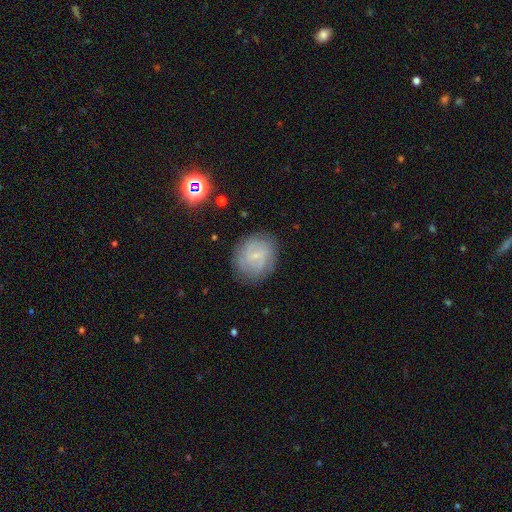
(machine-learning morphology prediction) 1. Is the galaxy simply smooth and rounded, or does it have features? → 54% featured or disk, 36% smooth, 10% star or artifact.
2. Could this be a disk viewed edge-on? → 97% no, 3% yes.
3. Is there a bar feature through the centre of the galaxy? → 49% weak, 40% no, 11% strong.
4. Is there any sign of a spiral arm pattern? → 78% yes, 22% no.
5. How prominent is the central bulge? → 76% small, 12% moderate, 11% none, 1% large, 1% dominant.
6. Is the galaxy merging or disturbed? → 79% none, 14% minor disturbance, 6% major disturbance, 1% merger.